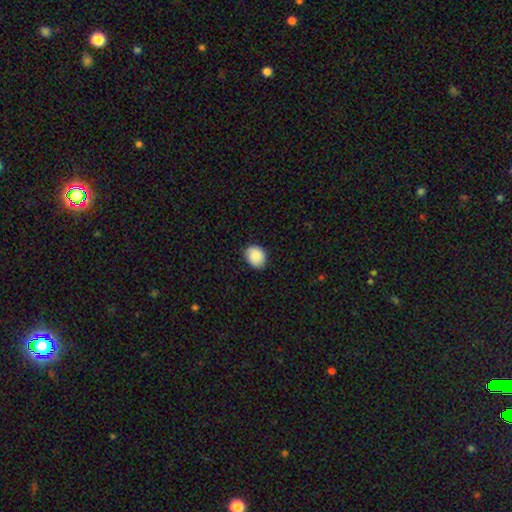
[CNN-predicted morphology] Smooth or featured? smooth (89%)
How rounded? round (52%)
Merging? none (84%)